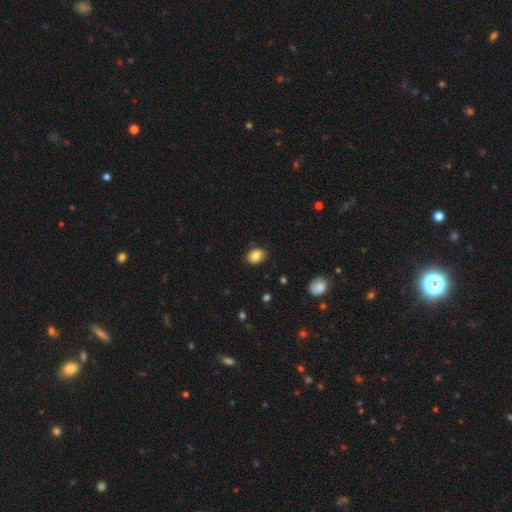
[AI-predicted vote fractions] Smooth or featured: smooth — 84% (star or artifact — 8%)
How rounded: in between — 70% (round — 29%)
Merging: none — 82% (minor disturbance — 14%)